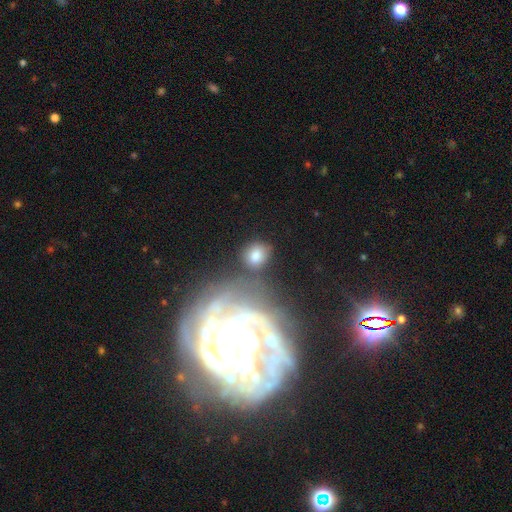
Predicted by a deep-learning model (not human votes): smooth 72%, featured or disk 19%, star or artifact 9%. Down the decision tree: how rounded — round (67%); merging — none (67%).